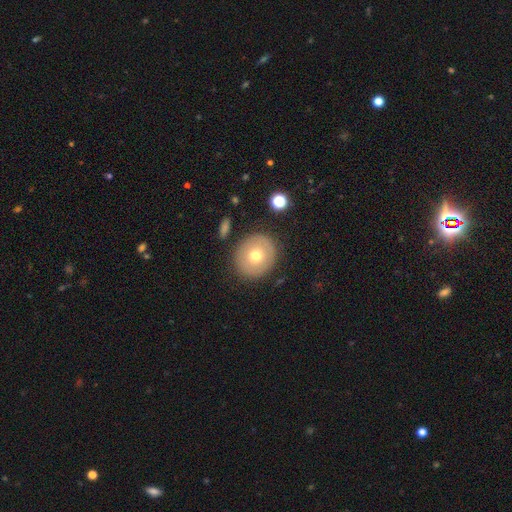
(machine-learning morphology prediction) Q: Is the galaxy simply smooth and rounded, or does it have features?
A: smooth — 63%.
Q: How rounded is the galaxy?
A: round — 84%.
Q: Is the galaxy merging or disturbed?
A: none — 85%.